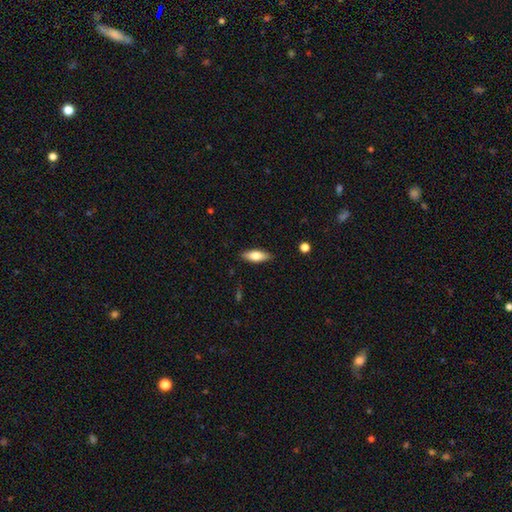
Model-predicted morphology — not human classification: Smooth or featured: smooth — 71% (featured or disk — 22%)
How rounded: in between — 68% (cigar-shaped — 29%)
Merging: none — 86% (minor disturbance — 10%)